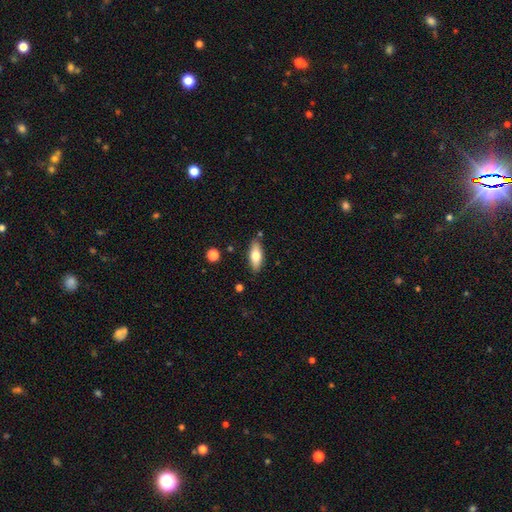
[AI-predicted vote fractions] Overall: smooth (72%). How rounded: in between (75%). Merging: none (83%).